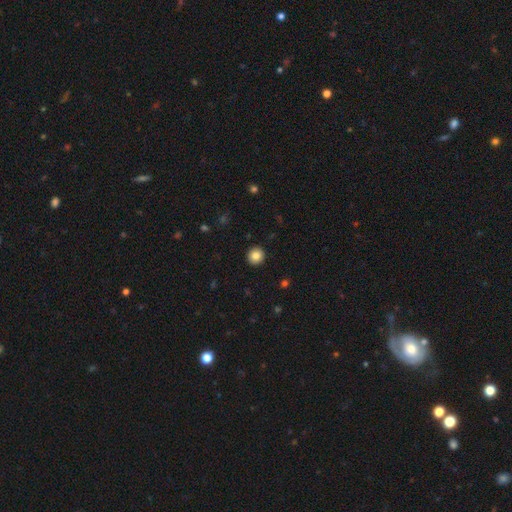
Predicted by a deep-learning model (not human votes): smooth 84%, star or artifact 9%, featured or disk 6%. Down the decision tree: how rounded — round (93%); merging — none (93%).